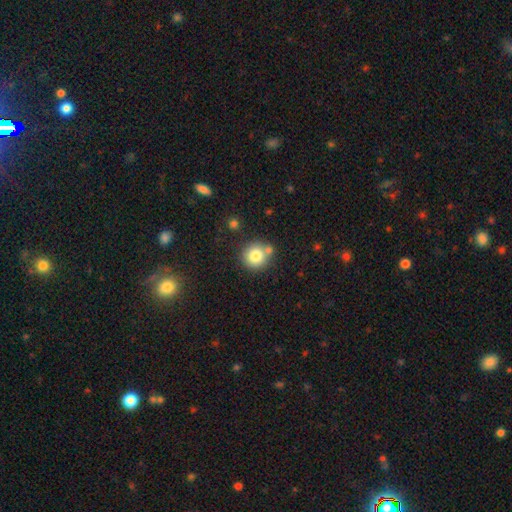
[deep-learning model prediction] Smooth or featured? smooth (80%)
How rounded? round (91%)
Merging? none (69%)